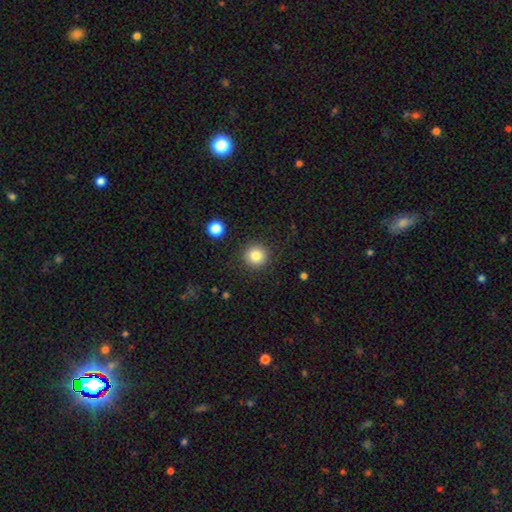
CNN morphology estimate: smooth 83%, star or artifact 11%, featured or disk 6%. Down the decision tree: how rounded — round (95%); merging — none (90%).